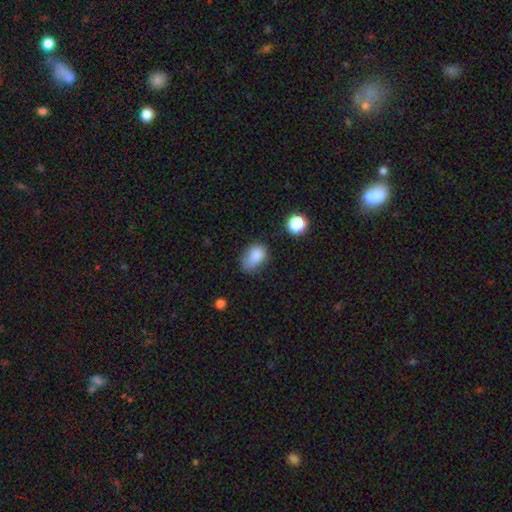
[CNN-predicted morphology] The model was most divided on "merging": none: 52%, minor disturbance: 34%, major disturbance: 11%, merger: 4%. More confident: smooth or featured — smooth (84%); how rounded — in between (83%).